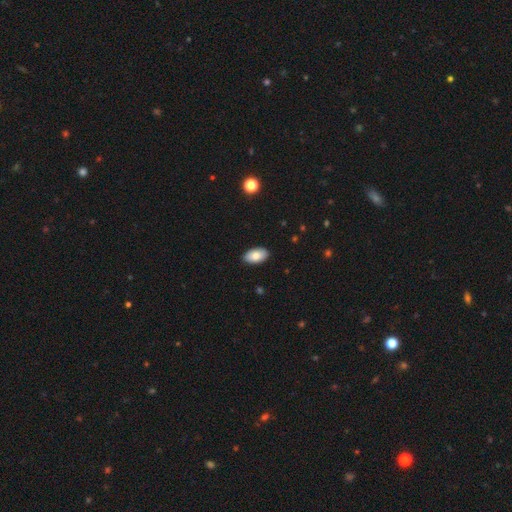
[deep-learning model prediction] A smooth galaxy with no disk features (83%) that is in between round and cigar-shaped (95%). Merging: none (89%).